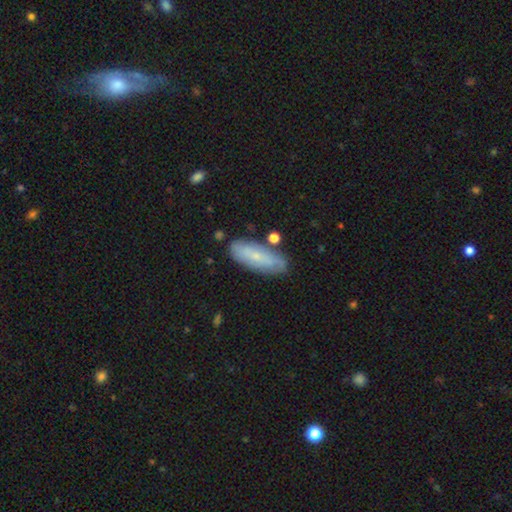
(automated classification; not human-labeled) smooth_or_featured: smooth (p=0.58) [alt: featured or disk p=0.35]
how_rounded: in between (p=0.60) [alt: cigar-shaped p=0.38]
merging: none (p=0.77) [alt: minor disturbance p=0.16]